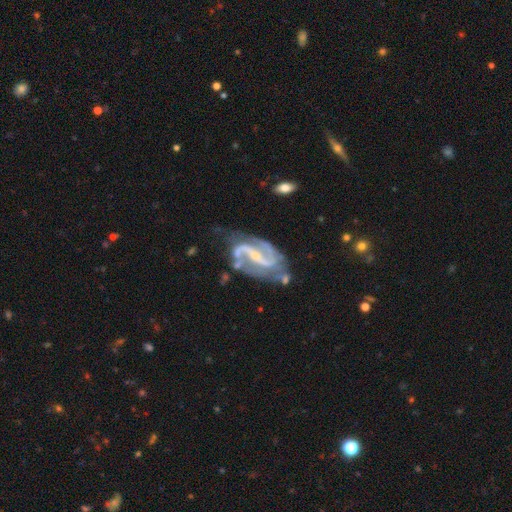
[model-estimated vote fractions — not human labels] Smooth or featured: featured or disk — 92% (star or artifact — 5%)
Edge-on disk: no — 97% (yes — 3%)
Bar: strong — 59% (weak — 28%)
Spiral arms: yes — 98% (no — 2%)
Spiral winding: medium — 52% (loose — 30%)
Spiral arm count: 2 — 92% (3 — 2%)
Bulge size: small — 75% (moderate — 19%)
Merging: none — 63% (minor disturbance — 22%)